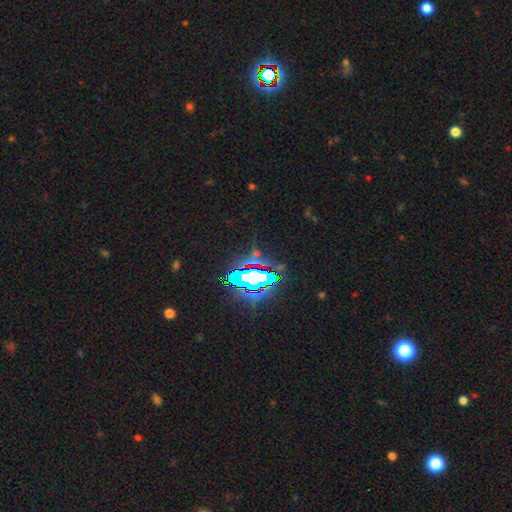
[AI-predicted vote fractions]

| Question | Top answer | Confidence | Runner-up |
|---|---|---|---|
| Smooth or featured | star or artifact | 72% | smooth (14%) |